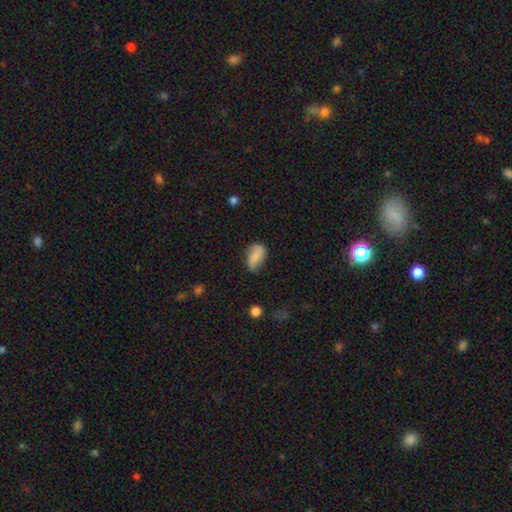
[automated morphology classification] smooth_or_featured: smooth (p=0.64) [alt: featured or disk p=0.27]
how_rounded: in between (p=0.88) [alt: round p=0.06]
merging: none (p=0.54) [alt: minor disturbance p=0.31]